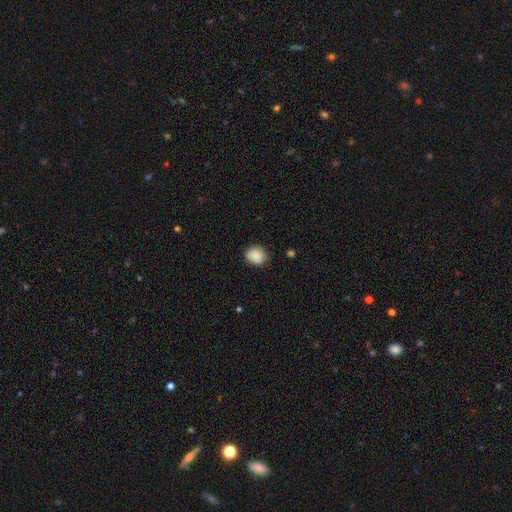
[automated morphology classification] Smooth or featured: smooth — 87% (star or artifact — 8%)
How rounded: round — 71% (in between — 28%)
Merging: none — 79% (minor disturbance — 17%)